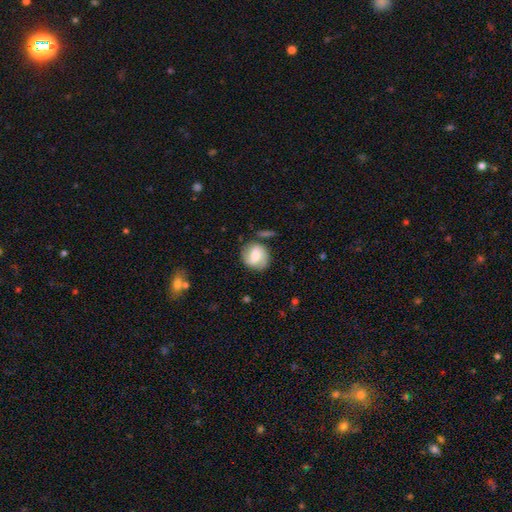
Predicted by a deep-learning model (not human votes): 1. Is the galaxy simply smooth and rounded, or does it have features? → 56% smooth, 37% featured or disk, 8% star or artifact.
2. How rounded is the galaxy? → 81% round, 18% in between, 1% cigar-shaped.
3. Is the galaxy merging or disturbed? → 72% none, 17% minor disturbance, 5% major disturbance, 5% merger.